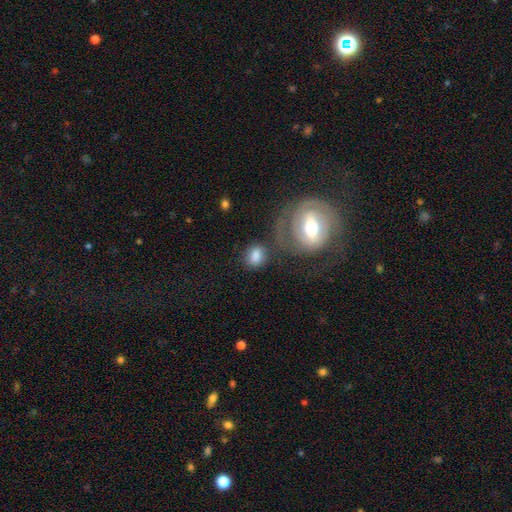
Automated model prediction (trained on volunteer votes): Overall: smooth (77%). How rounded: round (52%; in between 46%). Merging: none (60%).